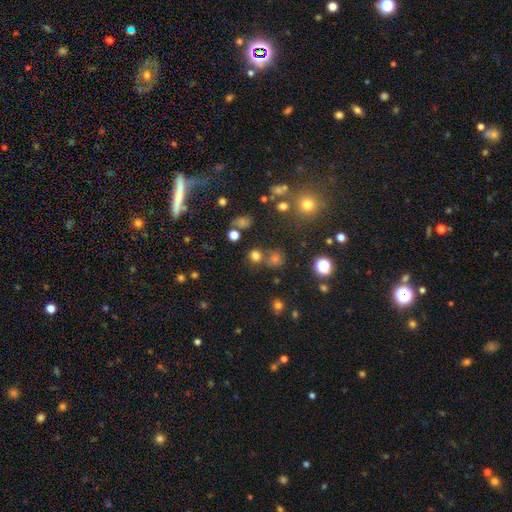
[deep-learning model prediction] The model was most divided on "smooth or featured": smooth: 70%, star or artifact: 23%, featured or disk: 7%. More confident: how rounded — round (87%); merging — none (69%).